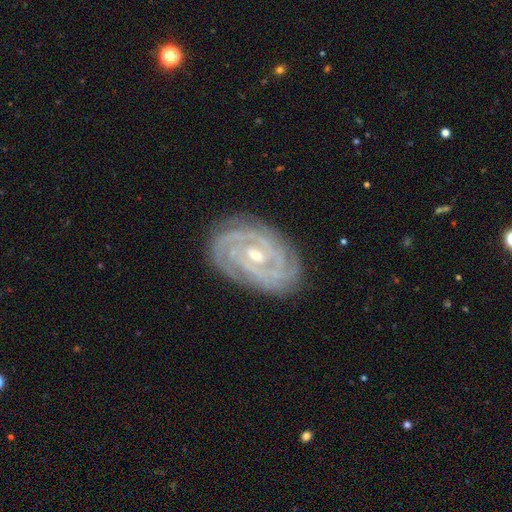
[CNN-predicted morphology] Q: Smooth or featured?
A: featured or disk (91%); runner-up: star or artifact (5%)
Q: Edge-on disk?
A: no (96%); runner-up: yes (4%)
Q: Bar?
A: weak (43%); runner-up: no (36%)
Q: Spiral arms?
A: yes (98%); runner-up: no (2%)
Q: Spiral winding?
A: tight (82%); runner-up: medium (16%)
Q: Spiral arm count?
A: 2 (27%); runner-up: 3 (25%)
Q: Bulge size?
A: moderate (55%); runner-up: small (41%)
Q: Merging?
A: none (82%); runner-up: minor disturbance (13%)